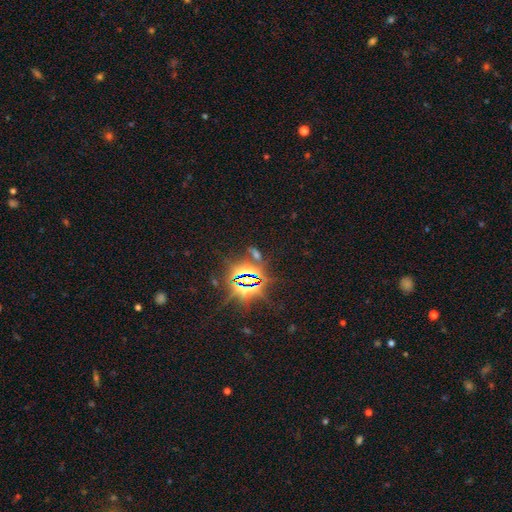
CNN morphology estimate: star or artifact 81%, smooth 11%, featured or disk 8%.